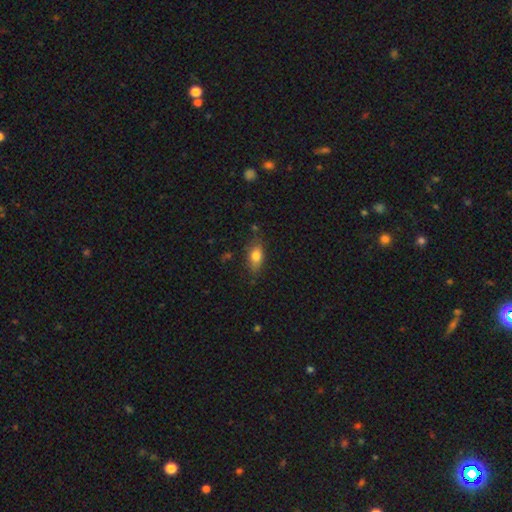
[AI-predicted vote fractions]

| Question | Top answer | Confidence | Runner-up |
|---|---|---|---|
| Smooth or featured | smooth | 77% | featured or disk (14%) |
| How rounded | in between | 82% | cigar-shaped (10%) |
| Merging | none | 73% | minor disturbance (20%) |